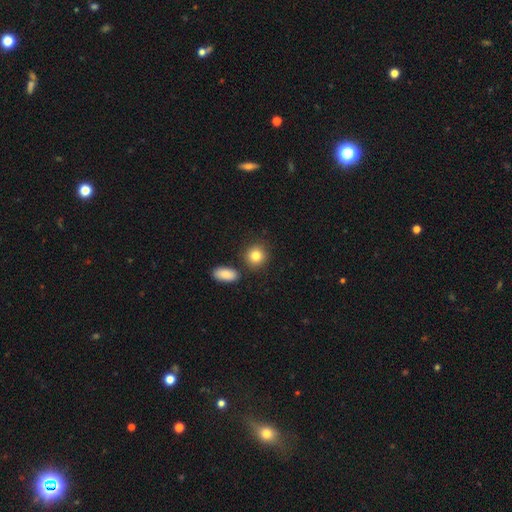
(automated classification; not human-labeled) smooth 84%, star or artifact 9%, featured or disk 7%. Down the decision tree: how rounded — round (81%); merging — none (80%).